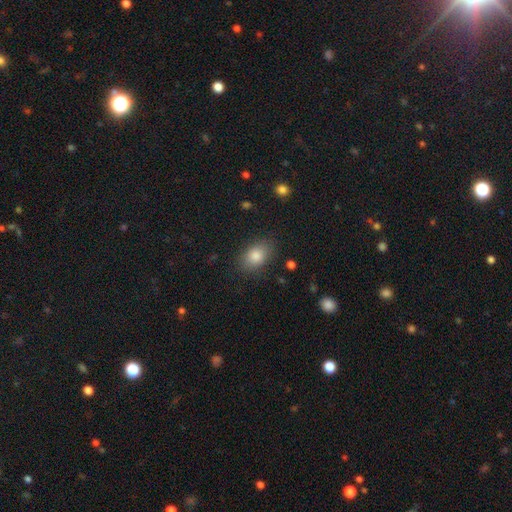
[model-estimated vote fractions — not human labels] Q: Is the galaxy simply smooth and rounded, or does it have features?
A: smooth — 83%.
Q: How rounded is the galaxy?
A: in between — 80%.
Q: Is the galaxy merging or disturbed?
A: none — 84%.